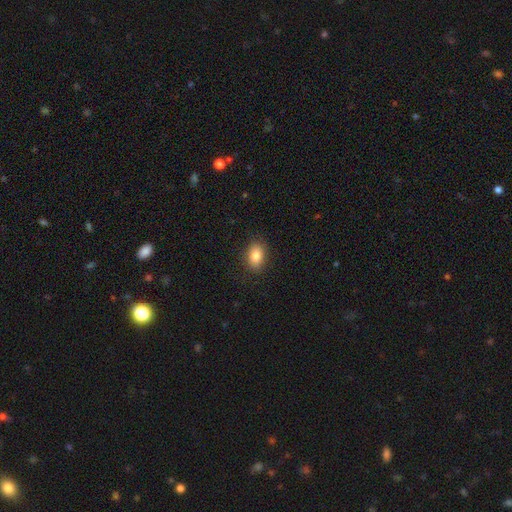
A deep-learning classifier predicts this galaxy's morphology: Q: Smooth or featured?
A: smooth (85%); runner-up: star or artifact (8%)
Q: How rounded?
A: in between (83%); runner-up: round (15%)
Q: Merging?
A: none (87%); runner-up: minor disturbance (10%)